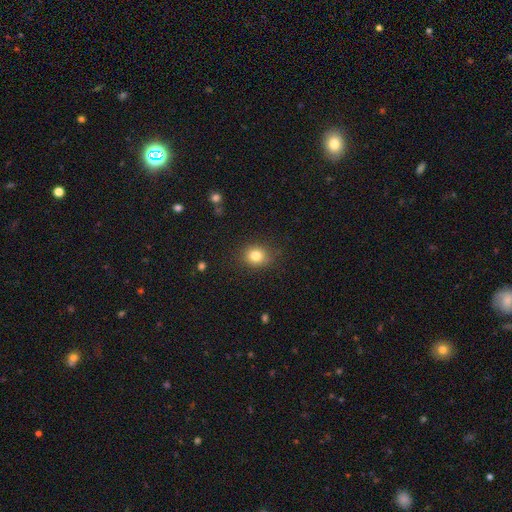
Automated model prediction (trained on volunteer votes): This appears to be a smooth galaxy with no disk features (81%) that is round (71%). Merging: none (85%).